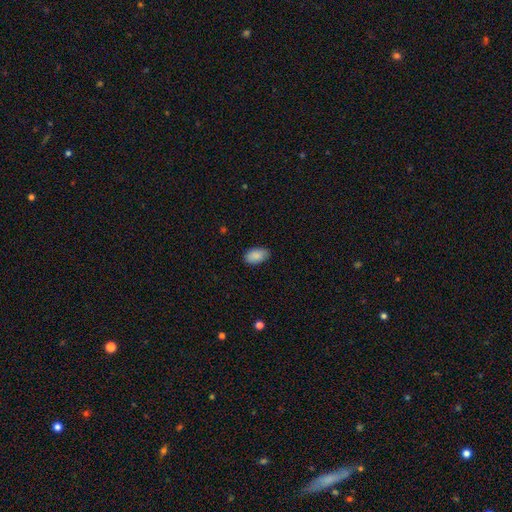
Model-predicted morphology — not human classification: Smooth or featured?
  - smooth: 89% *
  - star or artifact: 7%
  - featured or disk: 5%
How rounded?
  - in between: 94% *
  - round: 4%
  - cigar-shaped: 2%
Merging?
  - none: 85% *
  - minor disturbance: 12%
  - major disturbance: 2%
  - merger: 1%